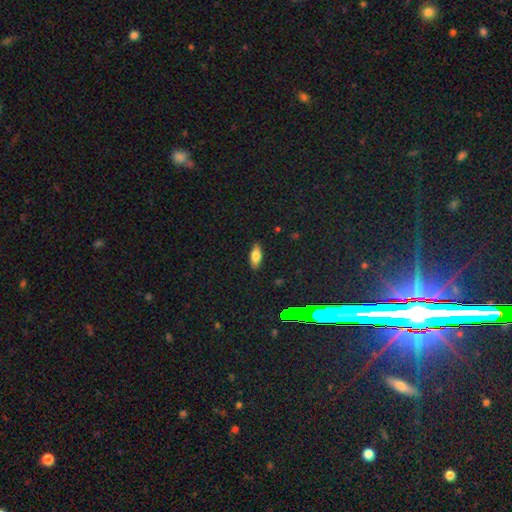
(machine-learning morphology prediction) A smooth galaxy with no disk features (74%) that is in between round and cigar-shaped (77%). Merging: none (87%).